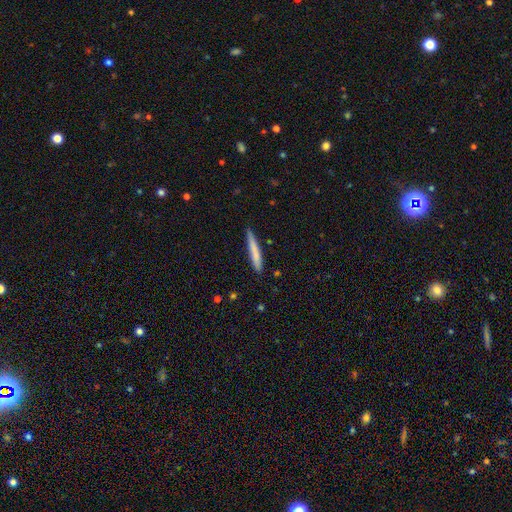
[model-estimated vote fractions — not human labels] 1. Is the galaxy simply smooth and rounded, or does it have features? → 73% smooth, 21% featured or disk, 6% star or artifact.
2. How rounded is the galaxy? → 96% cigar-shaped, 3% in between, 1% round.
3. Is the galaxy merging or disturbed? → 87% none, 10% minor disturbance, 2% major disturbance, 1% merger.